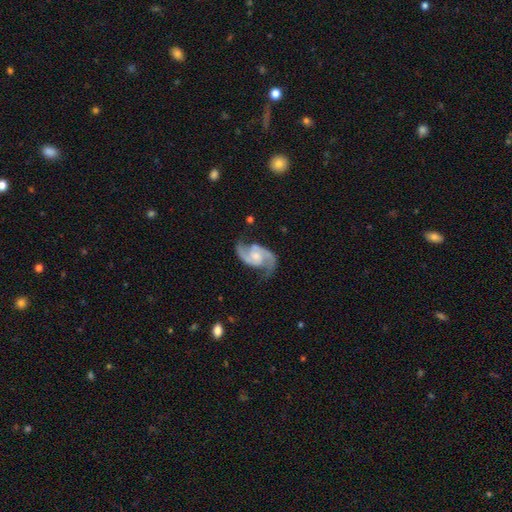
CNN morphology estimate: smooth-or-featured: featured or disk: 91% | smooth: 5% | star or artifact: 4%
  disk-edge-on: no: 98% | yes: 2%
    bar: no: 57% | weak: 35% | strong: 8%
    has-spiral-arms: yes: 98% | no: 2%
      spiral-winding: medium: 55% | loose: 30% | tight: 14%
      spiral-arm-count: 2: 94% | can't tell: 2% | 3: 1% | 1: 1% | 4: 1% | more than 4: 1%
    bulge-size: moderate: 47% | small: 40% | none: 7% | large: 5% | dominant: 1%
  merging: none: 75% | minor disturbance: 16% | major disturbance: 7% | merger: 2%